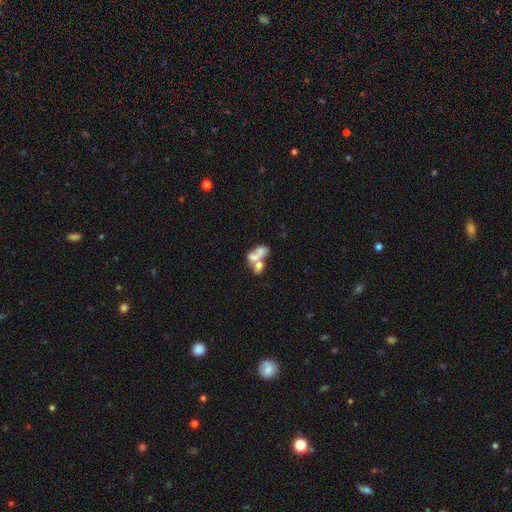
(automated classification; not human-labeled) Smooth or featured?
  - smooth: 54% *
  - featured or disk: 35%
  - star or artifact: 11%
How rounded?
  - in between: 81% *
  - round: 15%
  - cigar-shaped: 4%
Merging?
  - merger: 68% *
  - none: 14%
  - major disturbance: 10%
  - minor disturbance: 7%